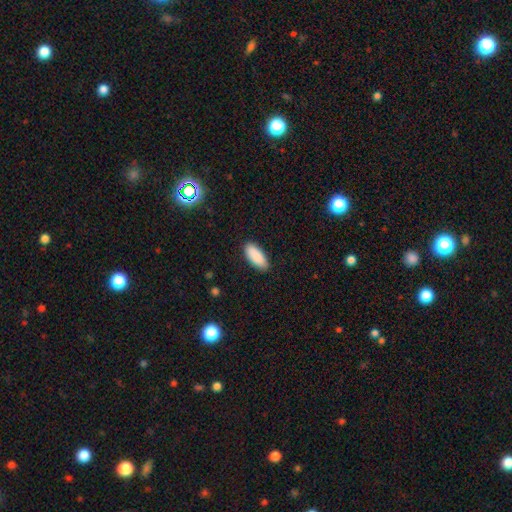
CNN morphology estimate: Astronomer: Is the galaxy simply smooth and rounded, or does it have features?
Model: smooth — 90%.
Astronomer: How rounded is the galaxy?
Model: in between — 83%.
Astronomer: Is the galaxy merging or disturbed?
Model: none — 87%.